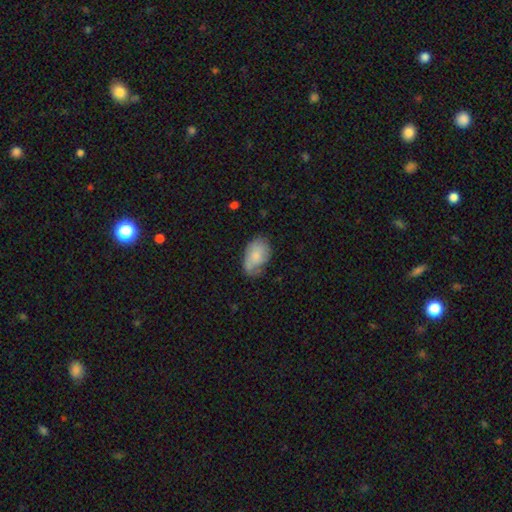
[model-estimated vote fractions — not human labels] Smooth or featured?
  - smooth: 68% *
  - featured or disk: 25%
  - star or artifact: 7%
How rounded?
  - in between: 88% *
  - round: 10%
  - cigar-shaped: 1%
Merging?
  - none: 45% *
  - minor disturbance: 38%
  - major disturbance: 14%
  - merger: 3%